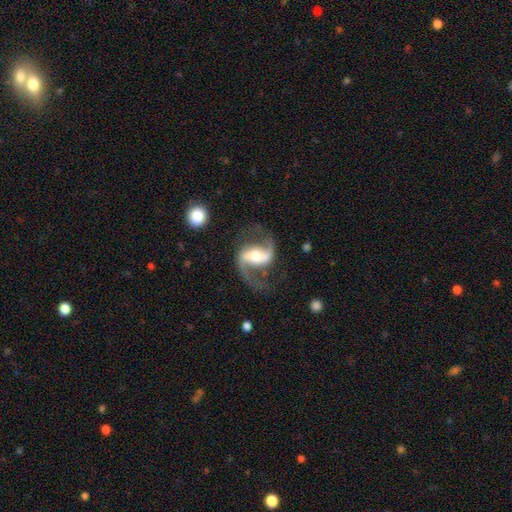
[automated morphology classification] This is clearly a featured or disk galaxy (91%). It is clearly not viewed edge-on (97%). Bar: possibly strong (51%). Spiral arm pattern: clearly yes (97%). Spiral arm count: clearly 2 (94%). Spiral winding: possibly loose (55%). Central bulge: possibly moderate (57%). Merging: likely none (73%).